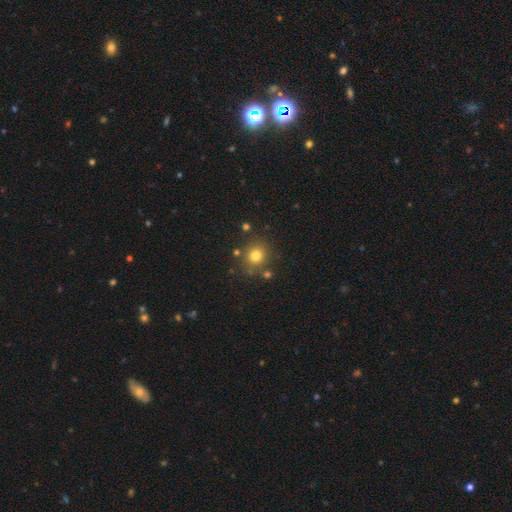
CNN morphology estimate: Overall: smooth (77%). How rounded: round (85%). Merging: none (80%).